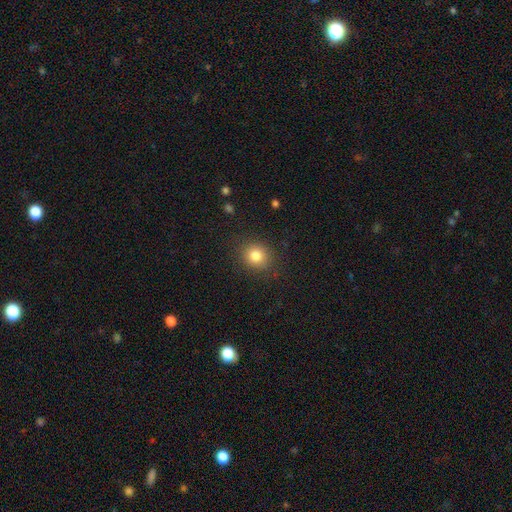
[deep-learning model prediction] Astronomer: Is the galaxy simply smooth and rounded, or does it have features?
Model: smooth — 82%.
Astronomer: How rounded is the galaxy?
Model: round — 80%.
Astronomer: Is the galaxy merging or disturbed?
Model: none — 87%.